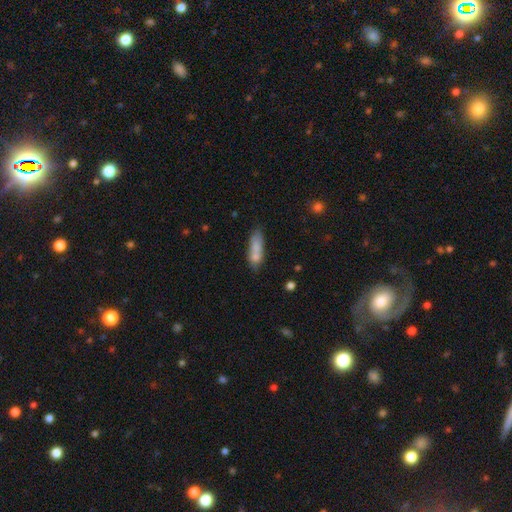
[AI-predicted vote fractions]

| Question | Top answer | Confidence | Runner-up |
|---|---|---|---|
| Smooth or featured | smooth | 71% | featured or disk (20%) |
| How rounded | cigar-shaped | 55% | in between (42%) |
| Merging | none | 52% | merger (21%) |